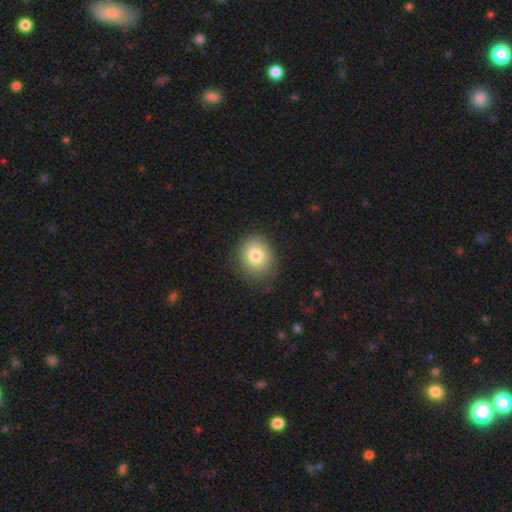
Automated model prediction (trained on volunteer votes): smooth 79%, featured or disk 11%, star or artifact 10%. Down the decision tree: how rounded — round (68%); merging — none (81%).